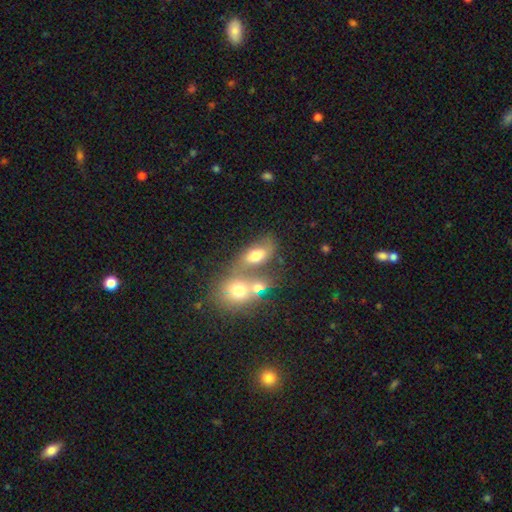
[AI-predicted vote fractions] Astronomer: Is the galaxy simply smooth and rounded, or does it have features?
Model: smooth — 64%.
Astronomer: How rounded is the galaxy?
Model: in between — 78%.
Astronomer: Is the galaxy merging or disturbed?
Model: merger — 51% (runner-up: none, 31%).